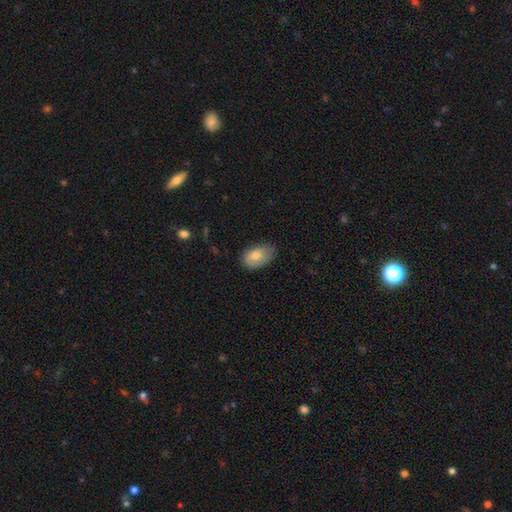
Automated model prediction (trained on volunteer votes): Q: Smooth or featured?
A: smooth (79%); runner-up: featured or disk (14%)
Q: How rounded?
A: in between (90%); runner-up: round (8%)
Q: Merging?
A: none (66%); runner-up: minor disturbance (27%)